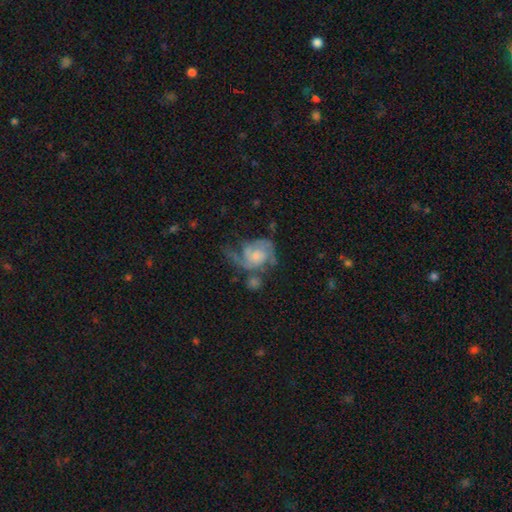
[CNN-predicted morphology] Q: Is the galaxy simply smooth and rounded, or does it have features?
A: featured or disk — 79%.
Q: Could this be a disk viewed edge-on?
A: no — 98%.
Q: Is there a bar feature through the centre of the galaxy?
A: no — 69%.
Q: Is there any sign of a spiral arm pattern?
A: yes — 92%.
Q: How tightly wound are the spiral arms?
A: medium — 46%.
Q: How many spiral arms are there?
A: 2 — 67%.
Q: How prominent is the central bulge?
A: small — 48%.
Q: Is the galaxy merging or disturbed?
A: none — 36%.